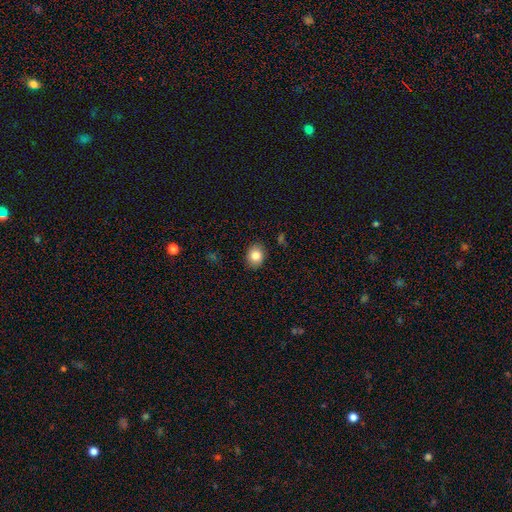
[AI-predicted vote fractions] Smooth or featured?
  - smooth: 84% *
  - star or artifact: 9%
  - featured or disk: 7%
How rounded?
  - round: 55% *
  - in between: 44%
  - cigar-shaped: 1%
Merging?
  - none: 87% *
  - minor disturbance: 9%
  - major disturbance: 2%
  - merger: 1%